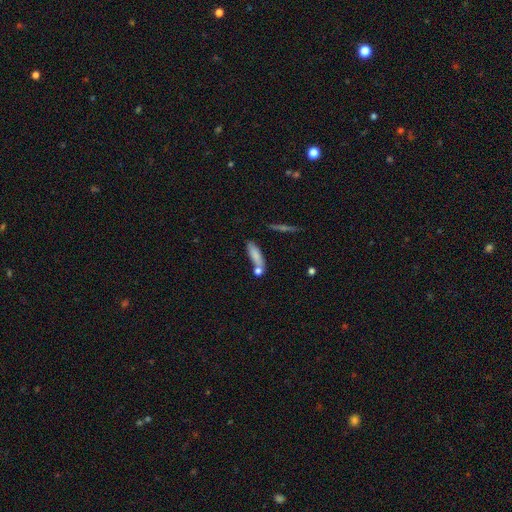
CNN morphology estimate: Smooth or featured?
  - smooth: 77% *
  - featured or disk: 15%
  - star or artifact: 8%
How rounded?
  - cigar-shaped: 56% *
  - in between: 41%
  - round: 3%
Merging?
  - none: 56% *
  - merger: 23%
  - minor disturbance: 15%
  - major disturbance: 5%